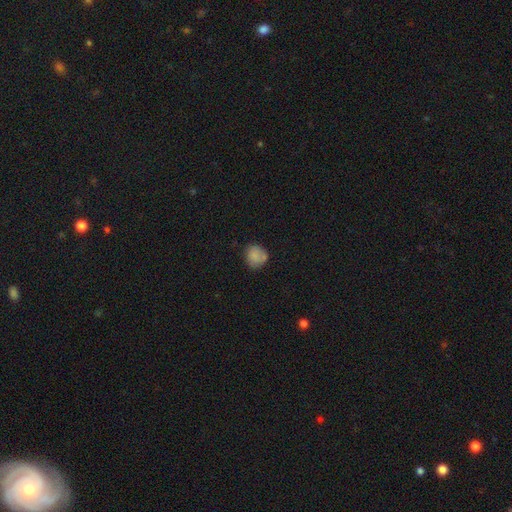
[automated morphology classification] Smooth or featured? smooth (81%)
How rounded? round (84%)
Merging? none (67%)